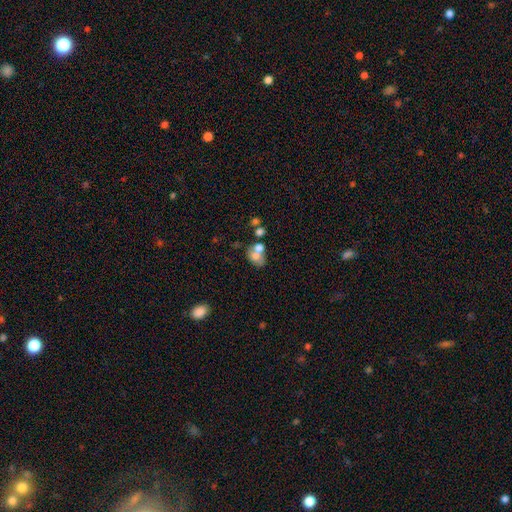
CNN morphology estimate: Smooth or featured: smooth — 63% (featured or disk — 26%)
How rounded: in between — 61% (round — 38%)
Merging: merger — 52% (none — 29%)